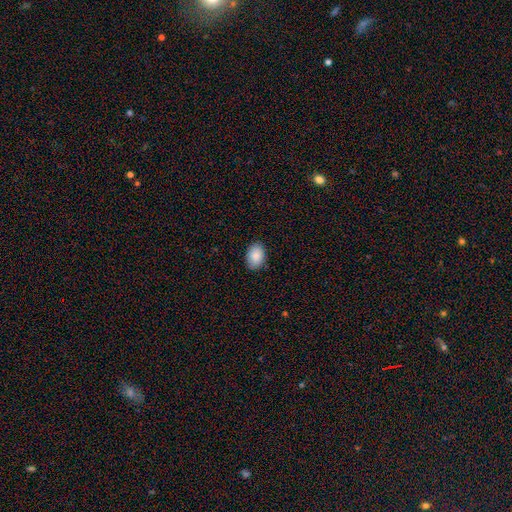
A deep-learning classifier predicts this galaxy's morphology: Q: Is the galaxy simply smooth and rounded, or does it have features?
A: smooth — 88%.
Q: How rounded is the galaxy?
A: in between — 84%.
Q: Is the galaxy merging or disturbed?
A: none — 86%.